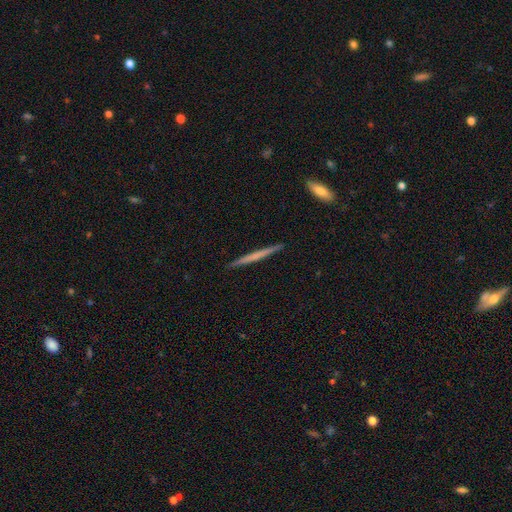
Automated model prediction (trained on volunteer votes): A smooth galaxy with no disk features (49%).

Vote fractions:
- Smooth or featured? smooth: 49% / featured or disk: 46% / star or artifact: 5%
- Merging? none: 92% / minor disturbance: 5% / major disturbance: 1% / merger: 1%